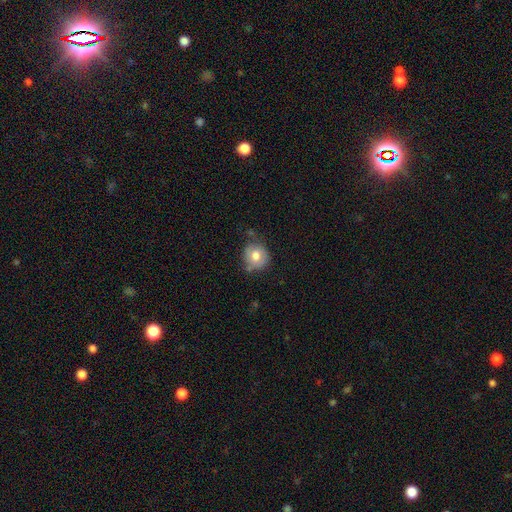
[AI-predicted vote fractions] Smooth or featured? Predicted: smooth (p=0.73). How rounded? Predicted: round (p=0.85). Merging? Predicted: none (p=0.68).